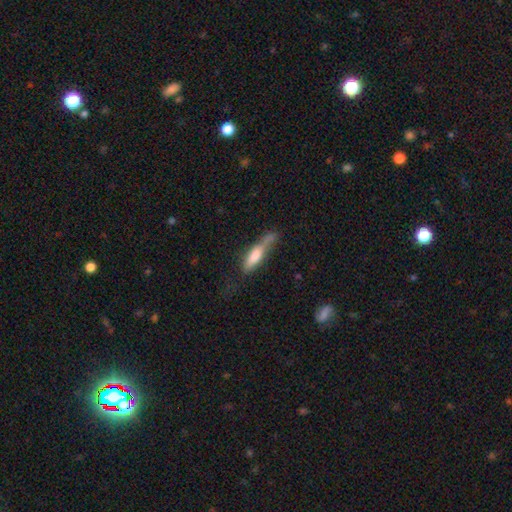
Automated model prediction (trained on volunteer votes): smooth 63%, featured or disk 30%, star or artifact 7%. Down the decision tree: how rounded — cigar-shaped (70%); merging — none (39%).